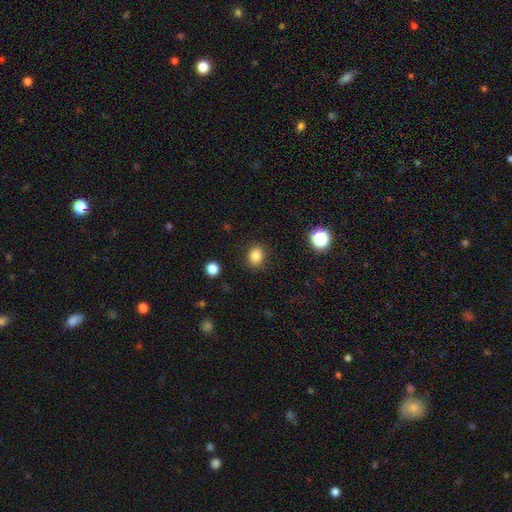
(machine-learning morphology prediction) type=smooth (84%); roundness=round (59%); merging=none (88%).